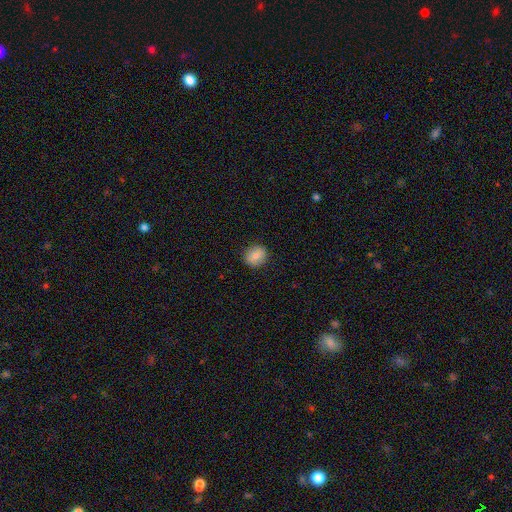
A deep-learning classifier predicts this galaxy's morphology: smooth 83%, star or artifact 9%, featured or disk 8%. Down the decision tree: how rounded — round (76%); merging — none (89%).